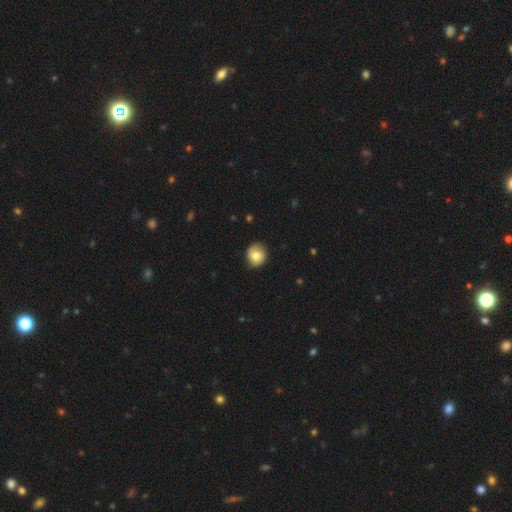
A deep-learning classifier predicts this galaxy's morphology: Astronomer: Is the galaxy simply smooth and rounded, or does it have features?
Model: smooth — 71%.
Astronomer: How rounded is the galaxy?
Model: round — 84%.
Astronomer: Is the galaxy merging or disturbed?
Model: none — 83%.